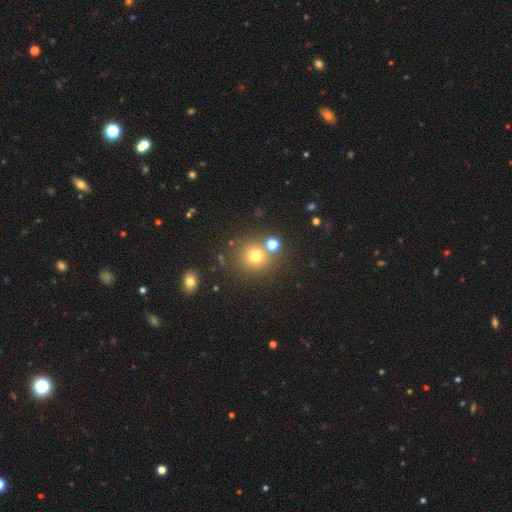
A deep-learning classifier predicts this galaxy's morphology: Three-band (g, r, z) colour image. It shows a smooth galaxy with no disk features (72%) that is round (91%). Merging: none (74%).